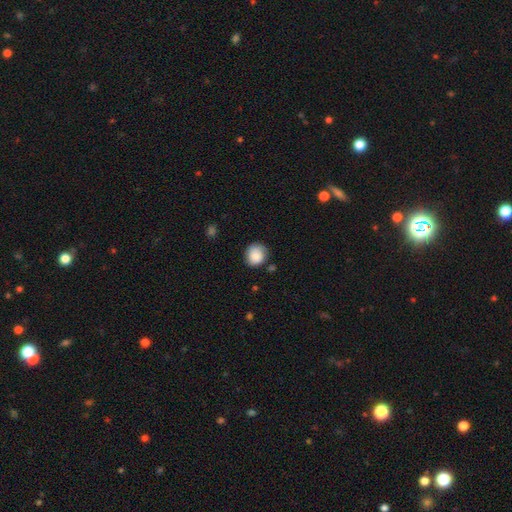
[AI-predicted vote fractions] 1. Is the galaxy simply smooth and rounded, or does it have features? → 85% smooth, 8% featured or disk, 7% star or artifact.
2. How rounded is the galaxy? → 80% round, 19% in between, 1% cigar-shaped.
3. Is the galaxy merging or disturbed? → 68% none, 23% minor disturbance, 6% major disturbance, 3% merger.